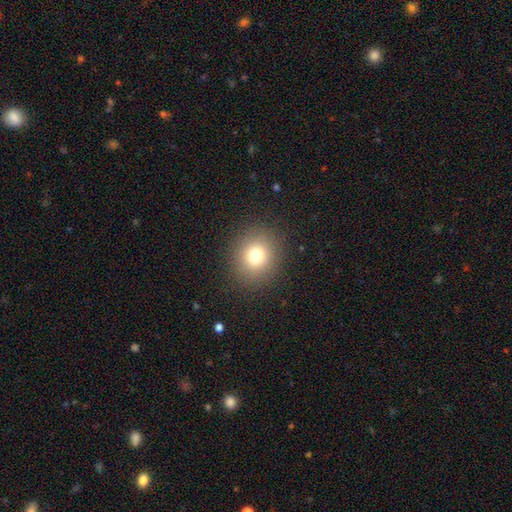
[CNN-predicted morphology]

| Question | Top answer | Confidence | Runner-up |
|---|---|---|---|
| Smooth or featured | smooth | 76% | star or artifact (15%) |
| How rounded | round | 84% | in between (15%) |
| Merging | none | 89% | minor disturbance (6%) |